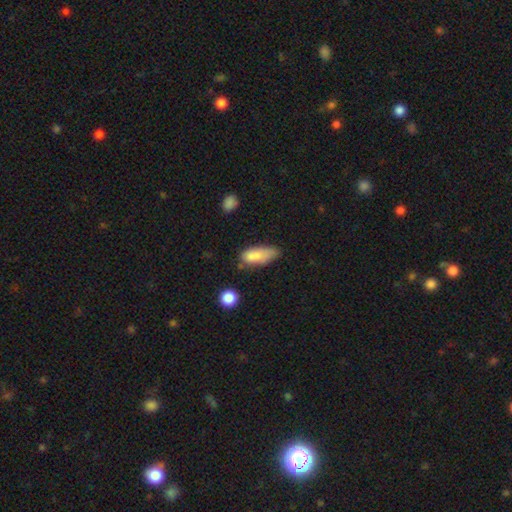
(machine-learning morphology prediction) A smooth galaxy with no disk features (78%) that is in between round and cigar-shaped (79%). Merging: minor disturbance (40%).